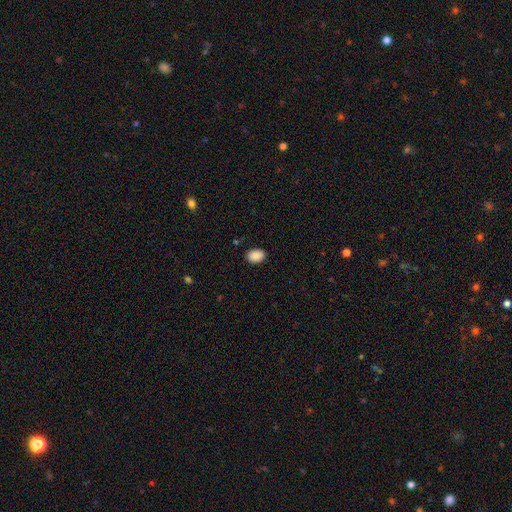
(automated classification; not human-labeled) Q: Smooth or featured?
A: smooth (90%); runner-up: star or artifact (8%)
Q: How rounded?
A: in between (78%); runner-up: round (21%)
Q: Merging?
A: none (88%); runner-up: minor disturbance (9%)